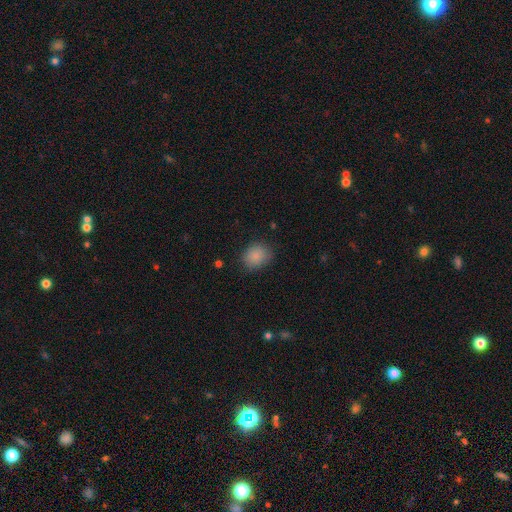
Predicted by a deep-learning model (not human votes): A smooth galaxy with no disk features (86%) that is round (55%). Merging: none (80%).